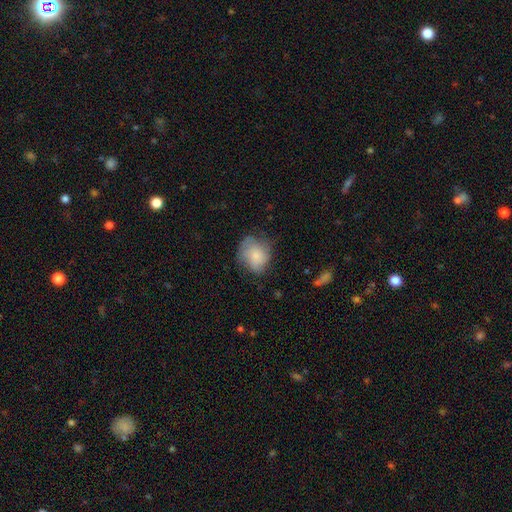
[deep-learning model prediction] Q: Smooth or featured?
A: smooth (70%); runner-up: featured or disk (22%)
Q: How rounded?
A: round (65%); runner-up: in between (34%)
Q: Merging?
A: none (54%); runner-up: minor disturbance (31%)